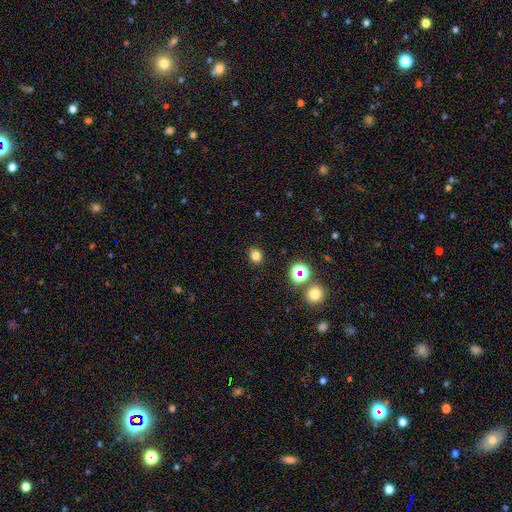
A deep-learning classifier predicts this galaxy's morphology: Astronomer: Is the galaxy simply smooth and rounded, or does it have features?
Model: smooth — 77%.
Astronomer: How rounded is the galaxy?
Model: round — 74%.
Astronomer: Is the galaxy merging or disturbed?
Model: none — 89%.